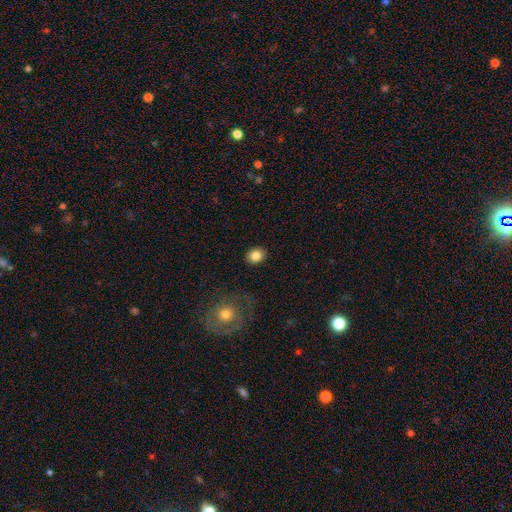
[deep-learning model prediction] Smooth or featured: smooth — 83% (star or artifact — 9%)
How rounded: round — 55% (in between — 44%)
Merging: none — 88% (minor disturbance — 8%)